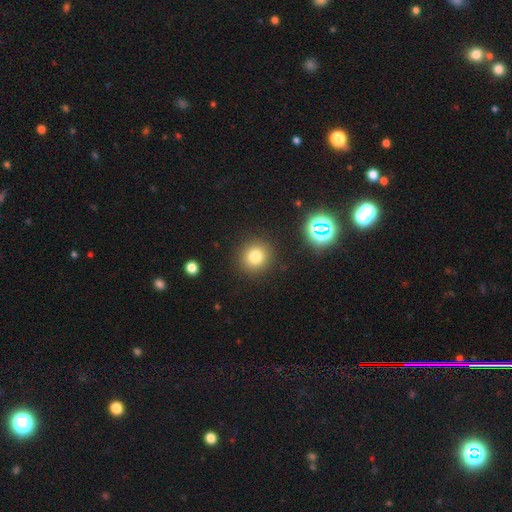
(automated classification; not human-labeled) A smooth galaxy with no disk features (72%) that is round (93%). Merging: none (91%).